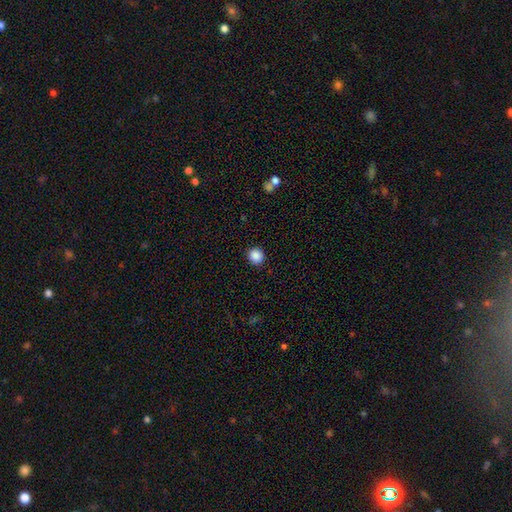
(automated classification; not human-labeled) This is clearly a smooth galaxy (88%). How rounded: clearly round (90%). Merging: clearly none (92%).